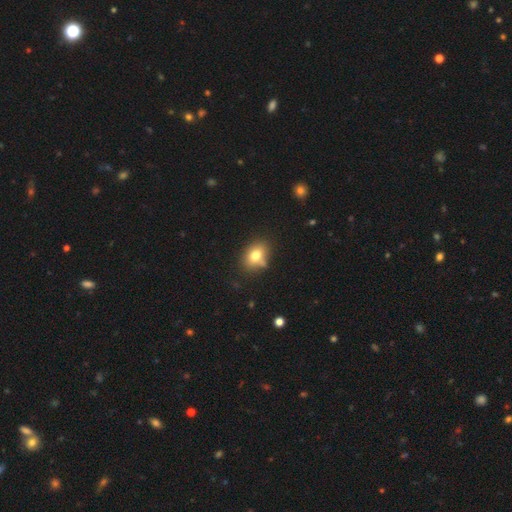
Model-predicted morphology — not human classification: smooth 76%, featured or disk 13%, star or artifact 11%. Down the decision tree: how rounded — in between (63%); merging — none (68%).